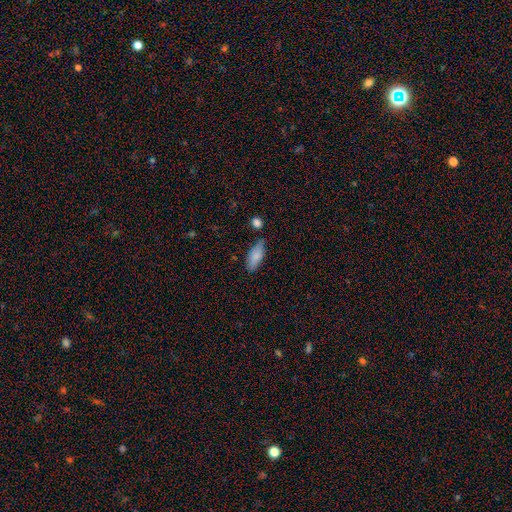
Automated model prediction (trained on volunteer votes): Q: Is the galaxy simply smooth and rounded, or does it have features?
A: smooth — 82%.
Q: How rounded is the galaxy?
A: in between — 79%.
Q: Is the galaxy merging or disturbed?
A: none — 63%.